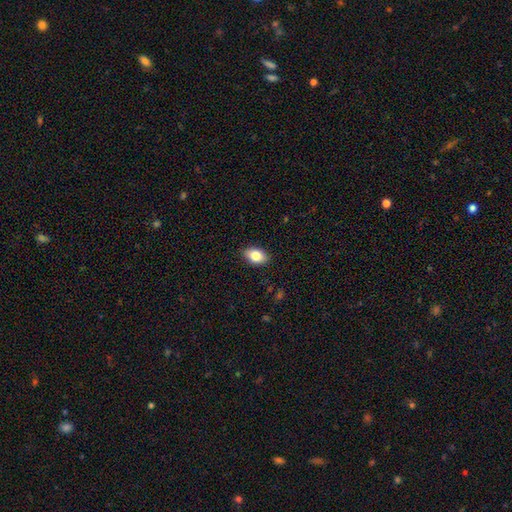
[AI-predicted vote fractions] A smooth galaxy with no disk features (81%) that is in between round and cigar-shaped (88%). Merging: none (88%).